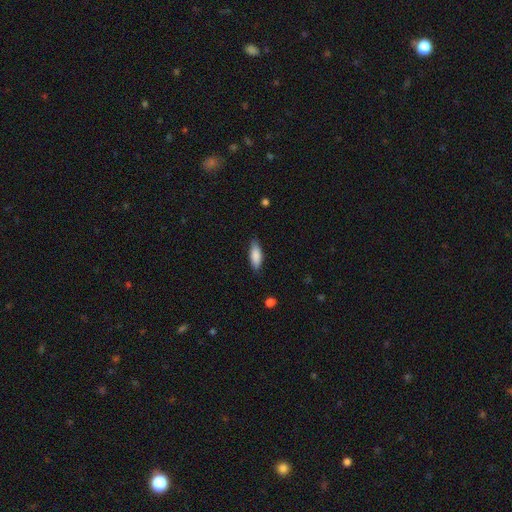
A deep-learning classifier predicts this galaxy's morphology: The model was most divided on "how rounded": in between: 68%, cigar-shaped: 31%, round: 2%. More confident: smooth or featured — smooth (86%); merging — none (83%).